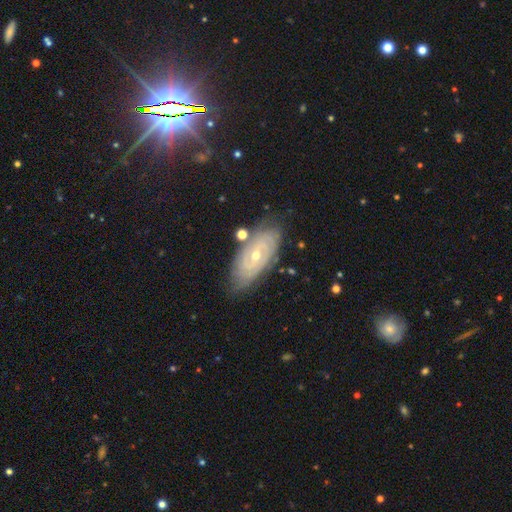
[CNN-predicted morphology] Q: Smooth or featured?
A: featured or disk (85%); runner-up: smooth (8%)
Q: Edge-on disk?
A: no (94%); runner-up: yes (6%)
Q: Bar?
A: no (63%); runner-up: weak (28%)
Q: Spiral arms?
A: yes (95%); runner-up: no (5%)
Q: Spiral winding?
A: tight (81%); runner-up: medium (15%)
Q: Spiral arm count?
A: 2 (37%); runner-up: can't tell (31%)
Q: Bulge size?
A: small (56%); runner-up: moderate (42%)
Q: Merging?
A: none (77%); runner-up: minor disturbance (16%)